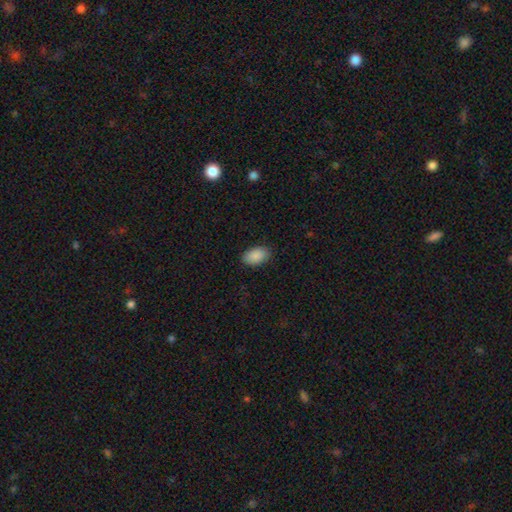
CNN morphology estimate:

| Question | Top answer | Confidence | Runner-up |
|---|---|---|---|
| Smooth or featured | smooth | 89% | star or artifact (7%) |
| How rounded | in between | 93% | round (6%) |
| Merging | none | 87% | minor disturbance (10%) |